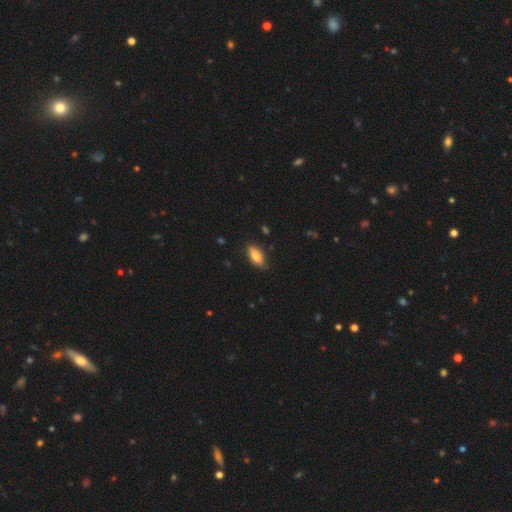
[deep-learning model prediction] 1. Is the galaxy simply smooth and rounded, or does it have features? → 83% smooth, 10% featured or disk, 7% star or artifact.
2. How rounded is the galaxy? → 86% in between, 11% cigar-shaped, 3% round.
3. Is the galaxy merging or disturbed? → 80% none, 17% minor disturbance, 3% major disturbance, 1% merger.